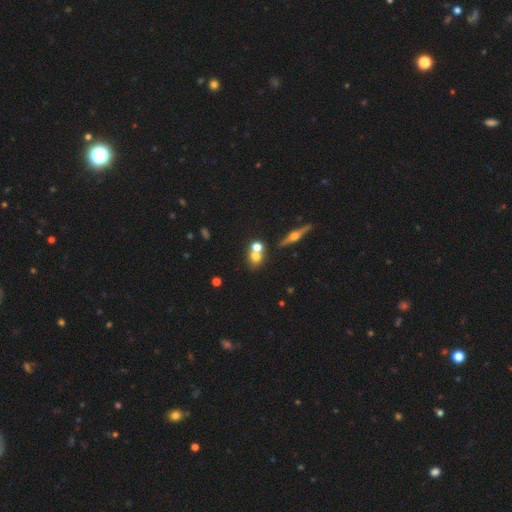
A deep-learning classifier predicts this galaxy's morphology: Q: Smooth or featured?
A: smooth (61%); runner-up: featured or disk (25%)
Q: How rounded?
A: round (65%); runner-up: in between (32%)
Q: Merging?
A: none (45%); runner-up: merger (43%)